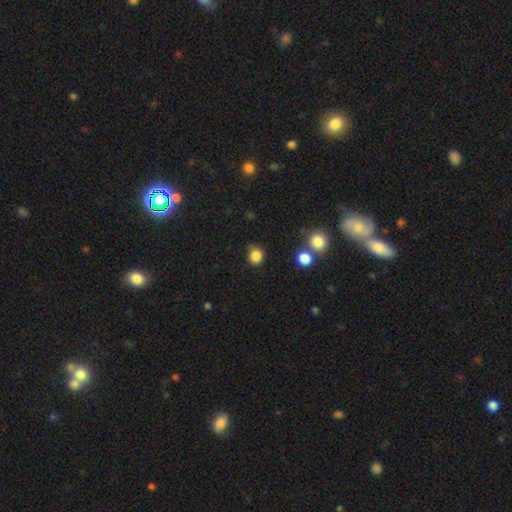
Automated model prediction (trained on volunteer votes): smooth-or-featured: smooth: 85% | star or artifact: 11% | featured or disk: 3%
  how-rounded: round: 81% | in between: 18% | cigar-shaped: 1%
  merging: none: 82% | minor disturbance: 12% | major disturbance: 3% | merger: 3%